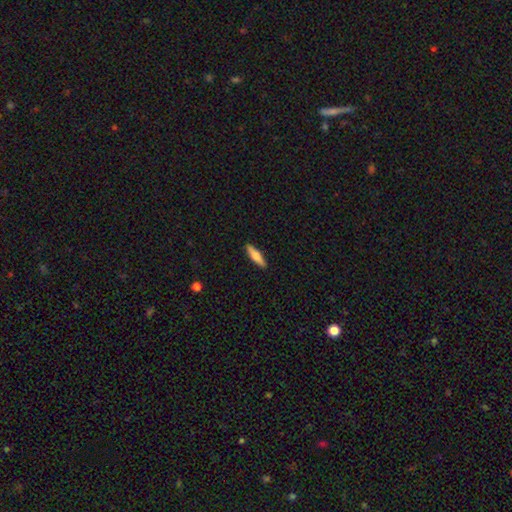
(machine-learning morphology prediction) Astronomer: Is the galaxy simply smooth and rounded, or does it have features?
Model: smooth — 54% (runner-up: featured or disk, 40%).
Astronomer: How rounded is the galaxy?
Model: cigar-shaped — 70%.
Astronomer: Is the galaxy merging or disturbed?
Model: none — 91%.